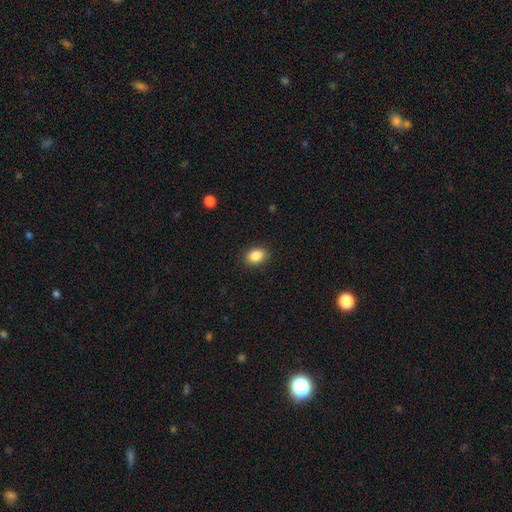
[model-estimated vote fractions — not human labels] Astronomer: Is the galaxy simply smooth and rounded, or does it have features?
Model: smooth — 87%.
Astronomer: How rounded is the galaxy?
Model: in between — 69%.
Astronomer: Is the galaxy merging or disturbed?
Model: none — 89%.